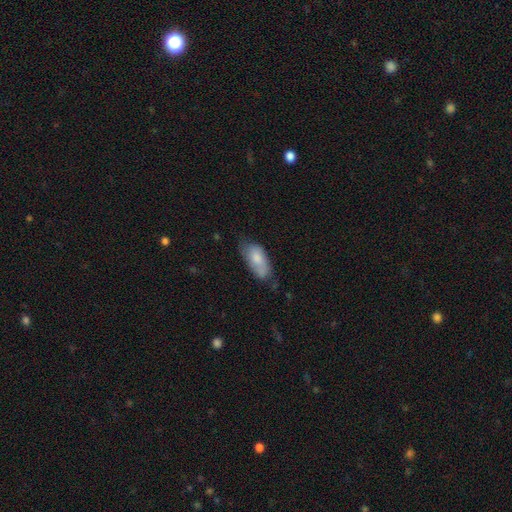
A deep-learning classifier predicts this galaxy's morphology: Overall: smooth (72%). How rounded: in between (88%). Merging: none (57%; minor disturbance 33%).